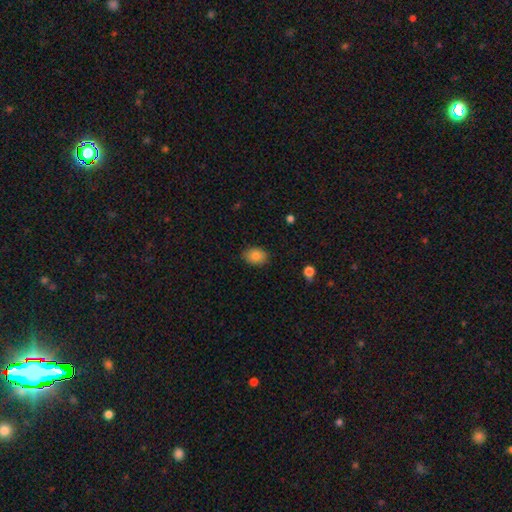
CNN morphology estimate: Smooth or featured? smooth (84%)
How rounded? in between (70%)
Merging? none (85%)